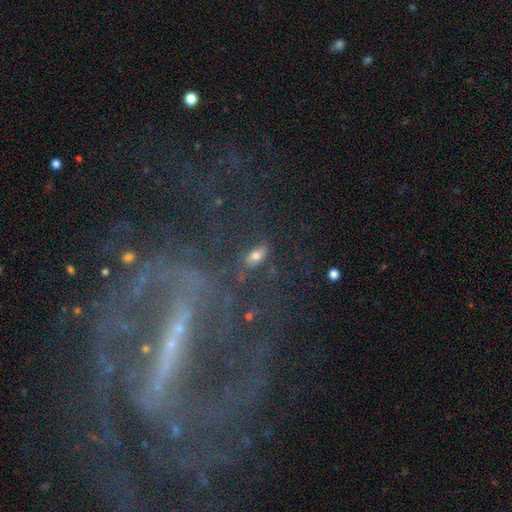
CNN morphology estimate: This appears to be a smooth galaxy with no disk features (64%) that is in between round and cigar-shaped (81%). Merging: none (75%).